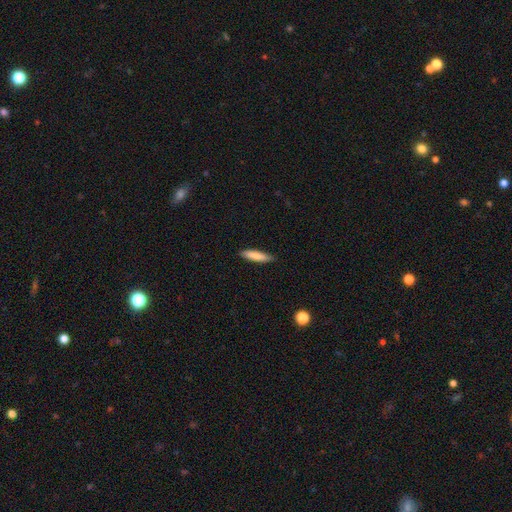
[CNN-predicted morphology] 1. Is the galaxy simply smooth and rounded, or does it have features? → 82% smooth, 12% featured or disk, 6% star or artifact.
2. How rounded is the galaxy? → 80% cigar-shaped, 19% in between, 1% round.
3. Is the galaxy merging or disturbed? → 87% none, 10% minor disturbance, 2% major disturbance, 1% merger.